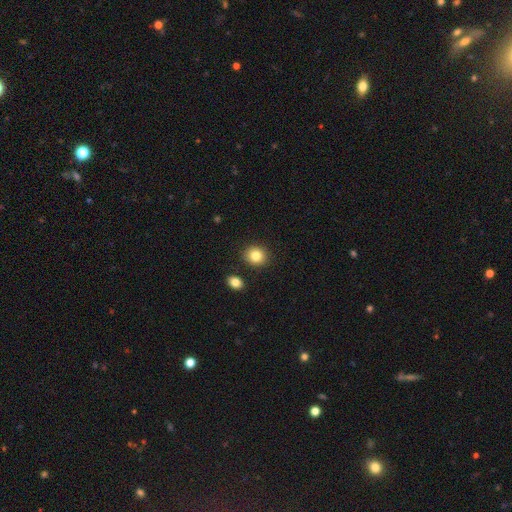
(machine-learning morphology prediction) Q: Smooth or featured?
A: smooth (83%); runner-up: star or artifact (10%)
Q: How rounded?
A: round (76%); runner-up: in between (23%)
Q: Merging?
A: none (86%); runner-up: minor disturbance (7%)